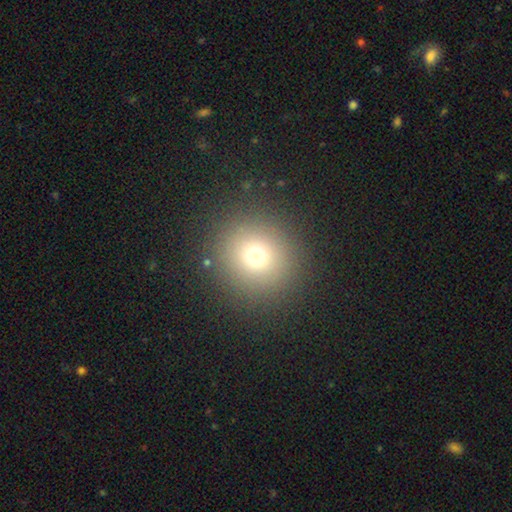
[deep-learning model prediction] The model was most divided on "smooth or featured": smooth: 72%, star or artifact: 18%, featured or disk: 10%. More confident: how rounded — round (92%); merging — none (89%).